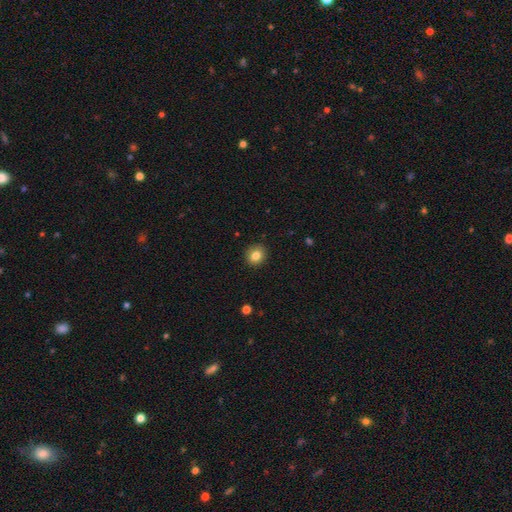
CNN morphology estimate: The model was most divided on "how rounded": round: 80%, in between: 19%, cigar-shaped: 1%. More confident: merging — none (90%); smooth or featured — smooth (83%).